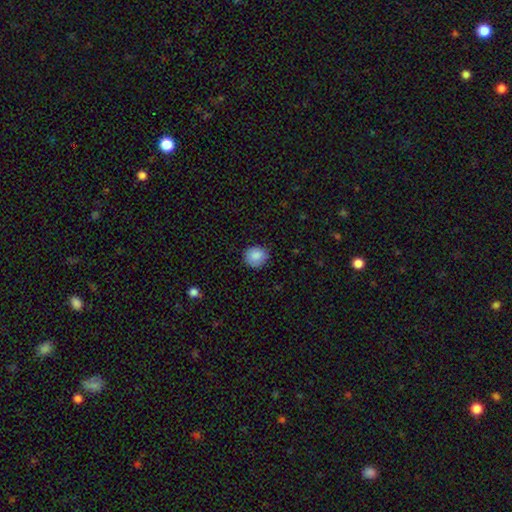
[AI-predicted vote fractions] Morphology: type=smooth (87%); roundness=round (83%); merging=none (81%).